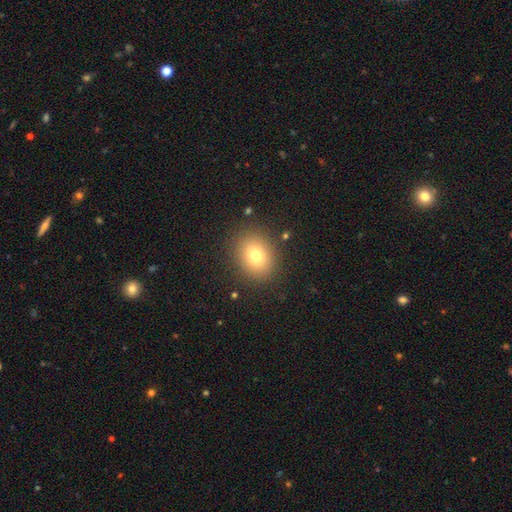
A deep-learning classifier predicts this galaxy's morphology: smooth 76%, star or artifact 13%, featured or disk 11%. Down the decision tree: how rounded — round (55%); merging — none (87%).